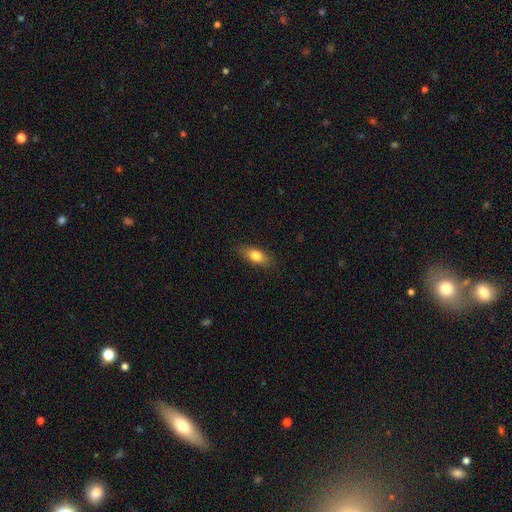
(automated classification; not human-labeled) smooth 78%, featured or disk 15%, star or artifact 7%. Down the decision tree: how rounded — in between (76%); merging — none (85%).